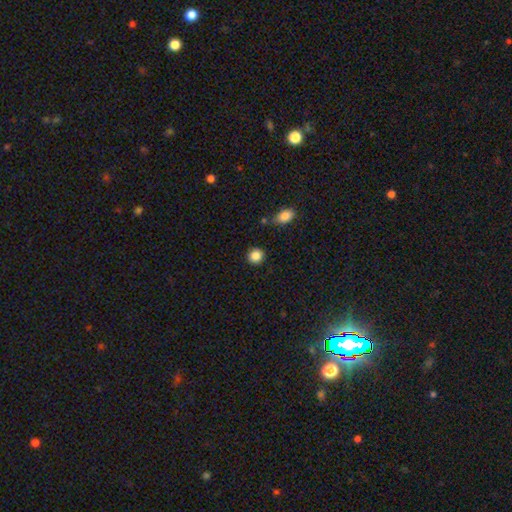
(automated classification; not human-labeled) Smooth or featured?
  - smooth: 86% *
  - star or artifact: 9%
  - featured or disk: 5%
How rounded?
  - round: 89% *
  - in between: 10%
  - cigar-shaped: 1%
Merging?
  - none: 88% *
  - minor disturbance: 7%
  - merger: 3%
  - major disturbance: 2%